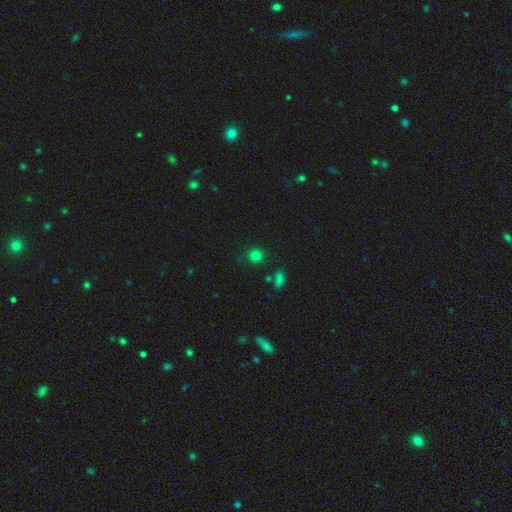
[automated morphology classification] Q: Smooth or featured?
A: smooth (79%); runner-up: star or artifact (16%)
Q: How rounded?
A: round (90%); runner-up: in between (9%)
Q: Merging?
A: none (84%); runner-up: minor disturbance (9%)